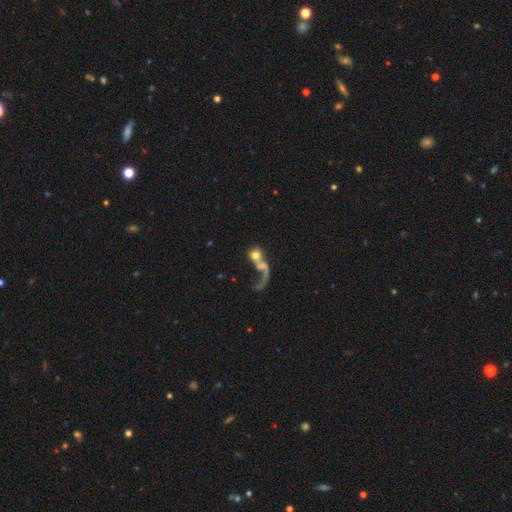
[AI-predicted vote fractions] A smooth galaxy with no disk features (46%). Merging: merger (41%).